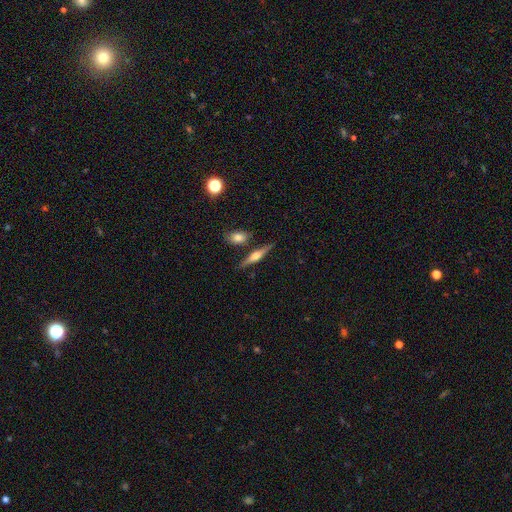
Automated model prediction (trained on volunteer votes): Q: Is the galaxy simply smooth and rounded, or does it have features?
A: featured or disk — 65%.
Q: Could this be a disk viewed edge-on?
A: yes — 96%.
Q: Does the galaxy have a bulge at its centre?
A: rounded — 87%.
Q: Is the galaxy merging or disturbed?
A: none — 80%.